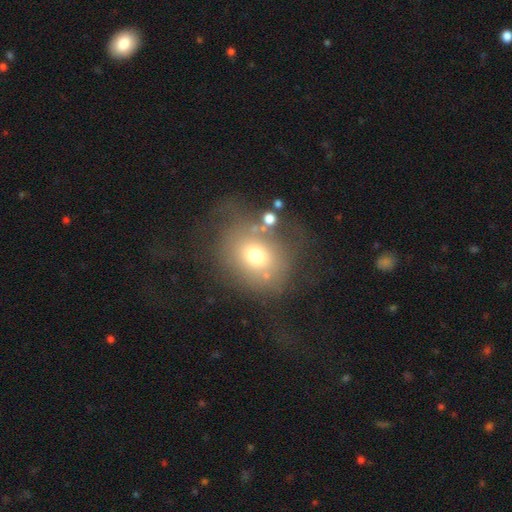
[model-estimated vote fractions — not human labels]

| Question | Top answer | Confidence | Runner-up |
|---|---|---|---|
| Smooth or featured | smooth | 62% | featured or disk (24%) |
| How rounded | round | 65% | in between (34%) |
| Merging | none | 47% | major disturbance (25%) |